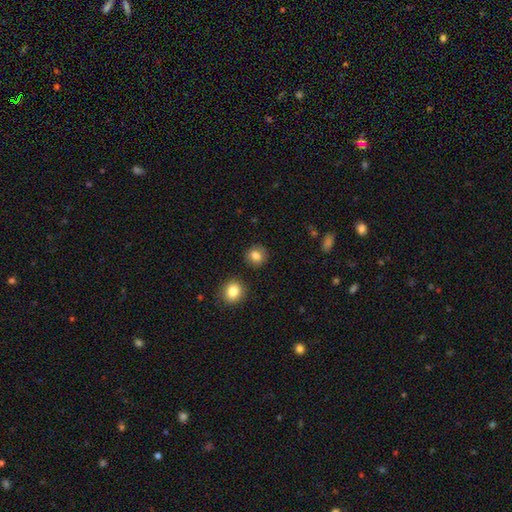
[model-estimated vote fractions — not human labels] This appears to be a smooth galaxy with no disk features (82%) that is round (83%). Merging: none (86%).